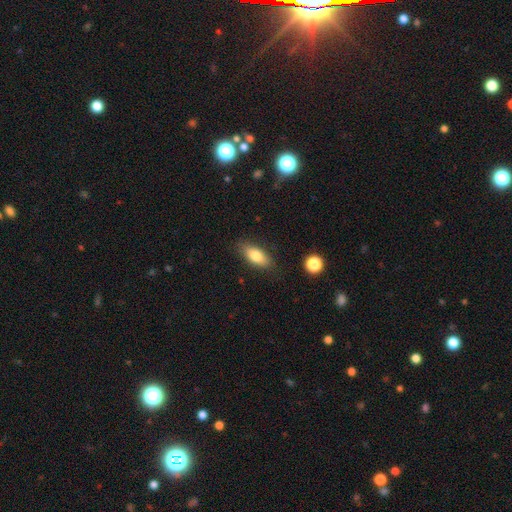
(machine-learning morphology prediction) Smooth or featured? Predicted: smooth (p=0.79). How rounded? Predicted: in between (p=0.82). Merging? Predicted: none (p=0.84).